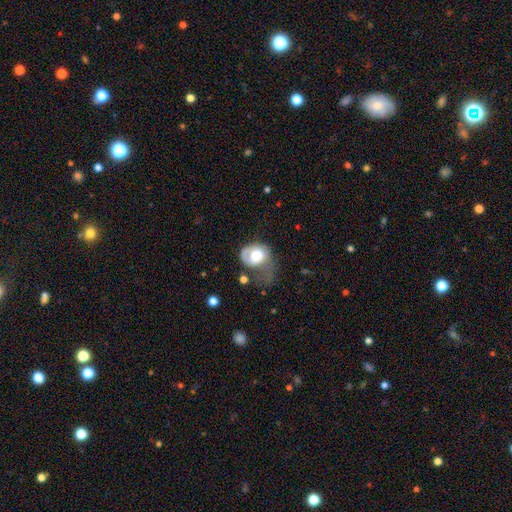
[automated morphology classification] smooth 55%, featured or disk 38%, star or artifact 7%. Down the decision tree: how rounded — round (56%); merging — major disturbance (56%).